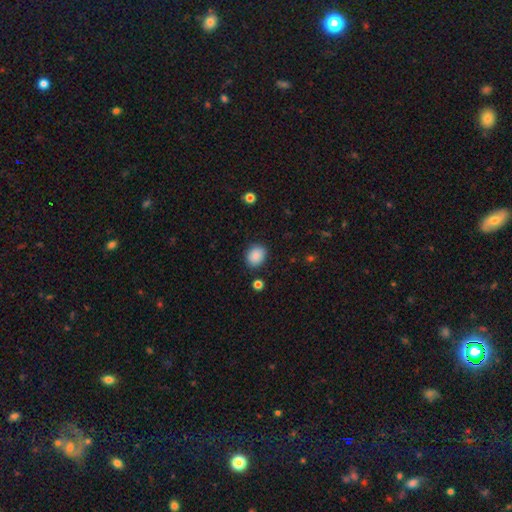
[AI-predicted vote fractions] This appears to be a smooth galaxy with no disk features (88%) that is round (59%). Merging: none (83%).